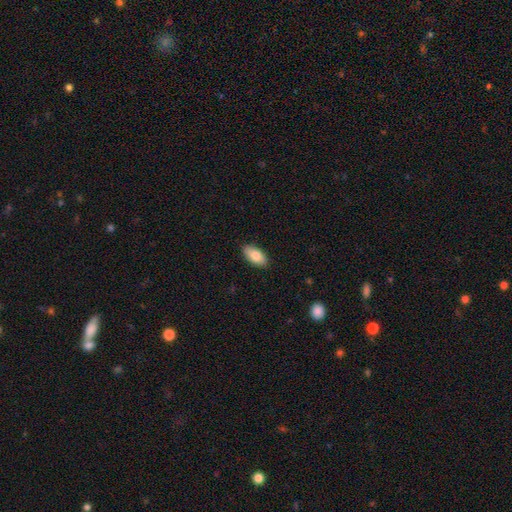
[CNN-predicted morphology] Smooth or featured? smooth (82%)
How rounded? in between (92%)
Merging? none (88%)